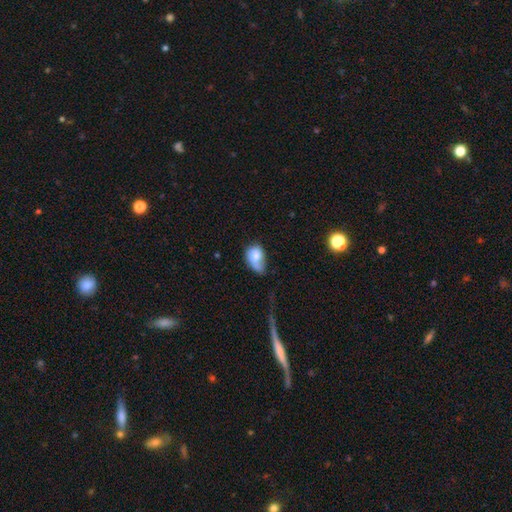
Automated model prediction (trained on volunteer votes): Q: Smooth or featured?
A: smooth (69%); runner-up: featured or disk (24%)
Q: How rounded?
A: in between (73%); runner-up: round (26%)
Q: Merging?
A: minor disturbance (36%); runner-up: none (30%)